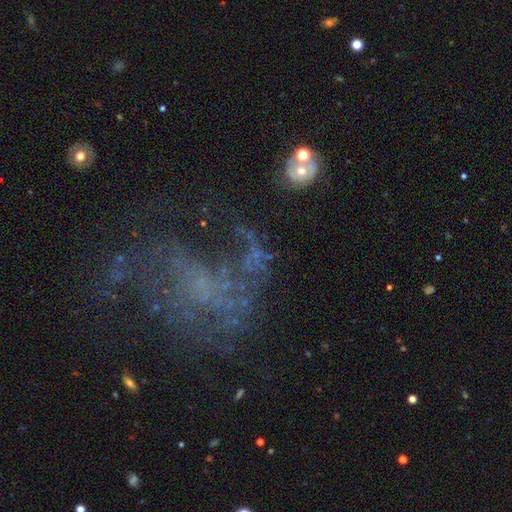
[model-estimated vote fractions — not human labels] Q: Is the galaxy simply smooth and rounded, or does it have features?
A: featured or disk — 50%.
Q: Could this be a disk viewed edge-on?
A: no — 95%.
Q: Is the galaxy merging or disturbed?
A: none — 43%.